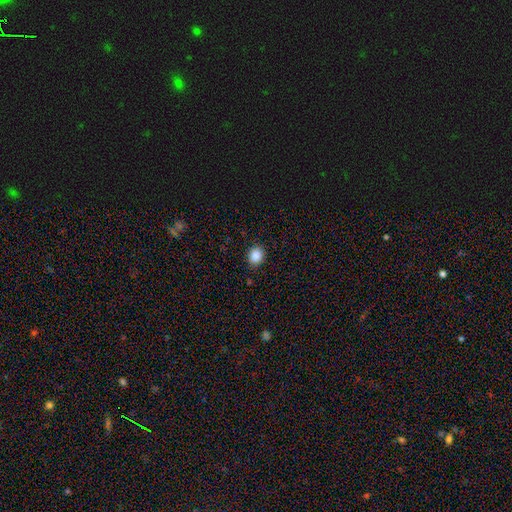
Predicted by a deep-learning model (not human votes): Smooth or featured? Predicted: smooth (p=0.88). How rounded? Predicted: round (p=0.65). Merging? Predicted: none (p=0.88).